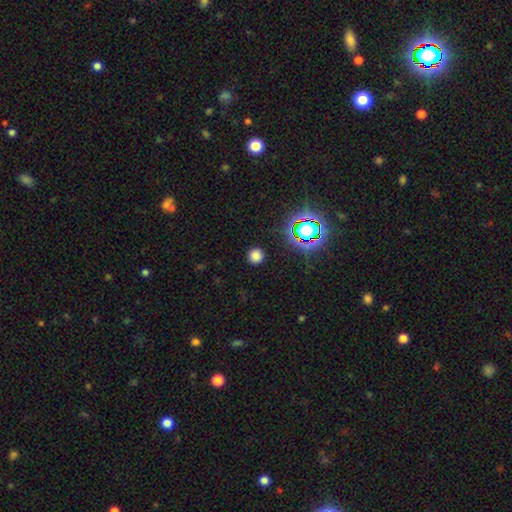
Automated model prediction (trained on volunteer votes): Smooth or featured?
  - smooth: 75% *
  - star or artifact: 20%
  - featured or disk: 5%
How rounded?
  - round: 93% *
  - in between: 5%
  - cigar-shaped: 1%
Merging?
  - none: 90% *
  - minor disturbance: 6%
  - major disturbance: 2%
  - merger: 1%